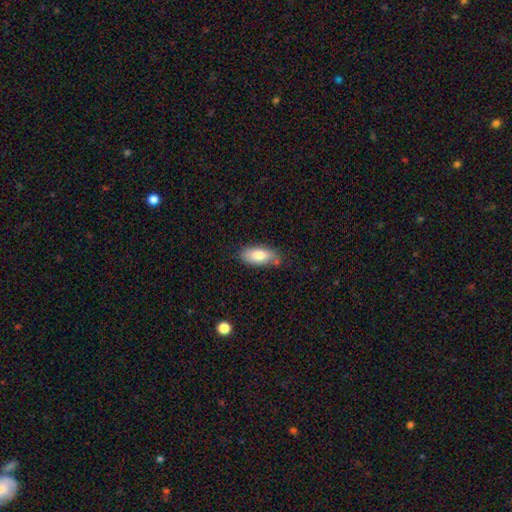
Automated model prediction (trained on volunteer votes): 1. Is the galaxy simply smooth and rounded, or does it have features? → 79% smooth, 14% featured or disk, 7% star or artifact.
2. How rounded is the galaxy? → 89% in between, 9% cigar-shaped, 3% round.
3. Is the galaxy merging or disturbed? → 77% none, 18% minor disturbance, 3% major disturbance, 3% merger.